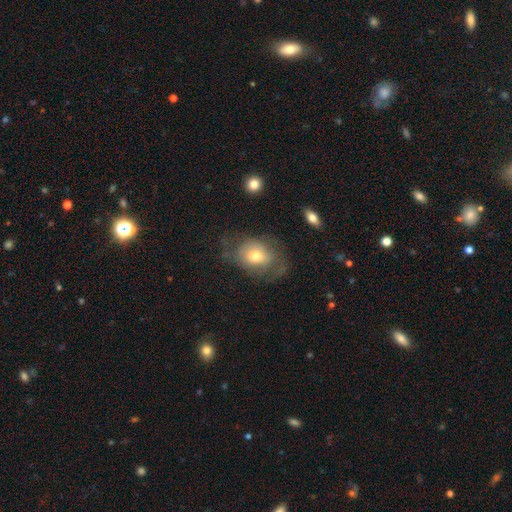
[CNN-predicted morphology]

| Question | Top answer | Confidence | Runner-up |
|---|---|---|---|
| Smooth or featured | smooth | 60% | featured or disk (30%) |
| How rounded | in between | 56% | round (43%) |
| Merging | none | 44% | major disturbance (28%) |